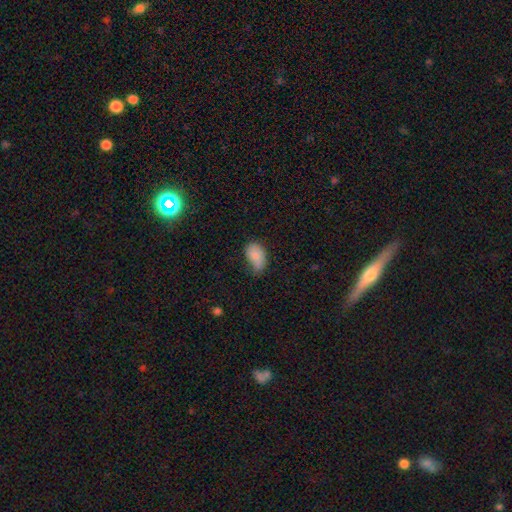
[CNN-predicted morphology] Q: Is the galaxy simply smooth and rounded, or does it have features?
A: smooth — 83%.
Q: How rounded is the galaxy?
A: in between — 89%.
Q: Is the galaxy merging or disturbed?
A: none — 40%, tied with minor disturbance.